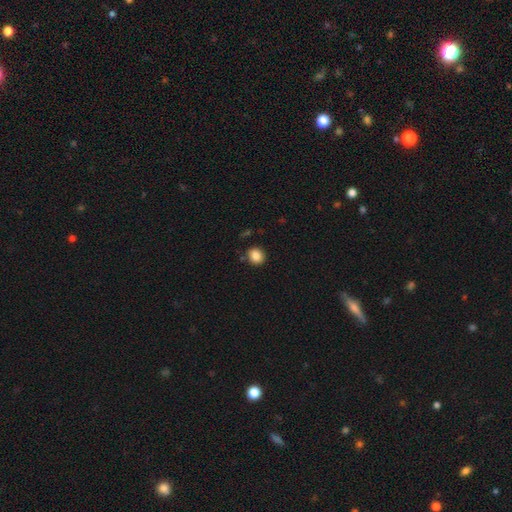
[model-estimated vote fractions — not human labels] The model was most divided on "how rounded": round: 76%, in between: 23%, cigar-shaped: 1%. More confident: merging — none (86%); smooth or featured — smooth (85%).